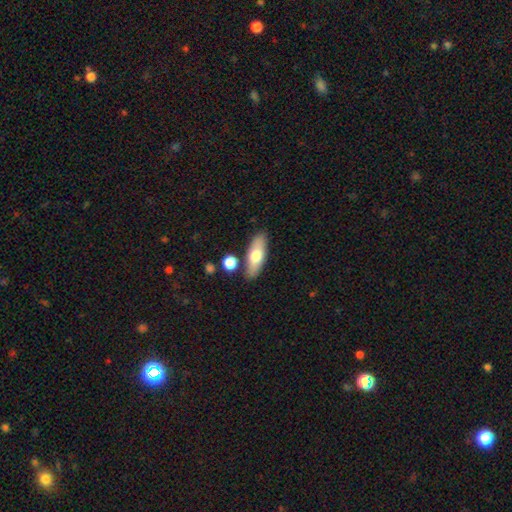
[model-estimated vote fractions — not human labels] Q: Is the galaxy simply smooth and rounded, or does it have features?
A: smooth — 67%.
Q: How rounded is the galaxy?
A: in between — 63%.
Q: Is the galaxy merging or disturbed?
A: none — 81%.